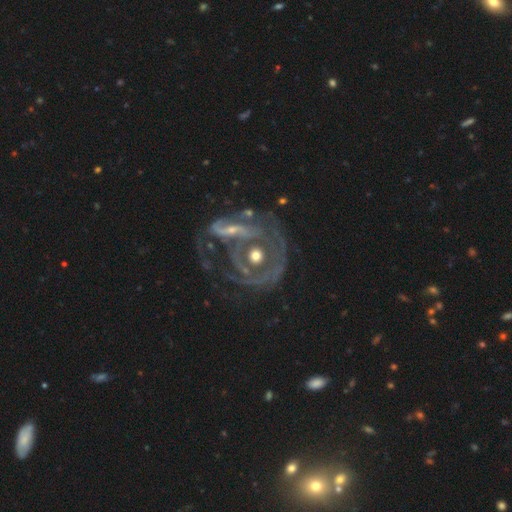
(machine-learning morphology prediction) Smooth or featured?
  - featured or disk: 74% *
  - smooth: 17%
  - star or artifact: 8%
Edge-on disk?
  - no: 96% *
  - yes: 4%
Bar?
  - no: 78% *
  - weak: 14%
  - strong: 8%
Spiral arms?
  - yes: 61% *
  - no: 39%
Bulge size?
  - moderate: 63% *
  - small: 23%
  - large: 8%
  - none: 3%
  - dominant: 2%
Merging?
  - none: 38% *
  - merger: 29%
  - major disturbance: 18%
  - minor disturbance: 15%